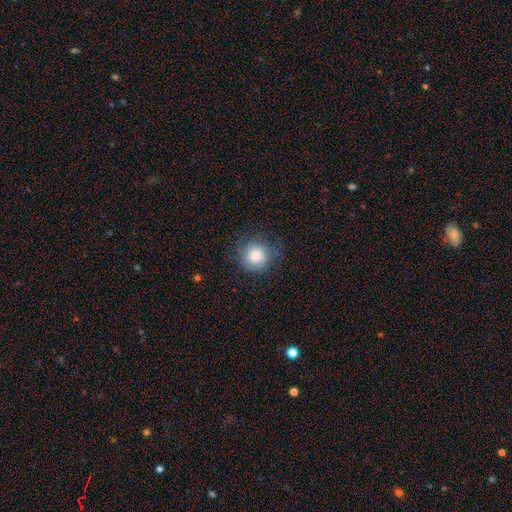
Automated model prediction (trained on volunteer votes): Q: Smooth or featured?
A: smooth (85%); runner-up: star or artifact (8%)
Q: How rounded?
A: round (92%); runner-up: in between (7%)
Q: Merging?
A: none (76%); runner-up: minor disturbance (16%)